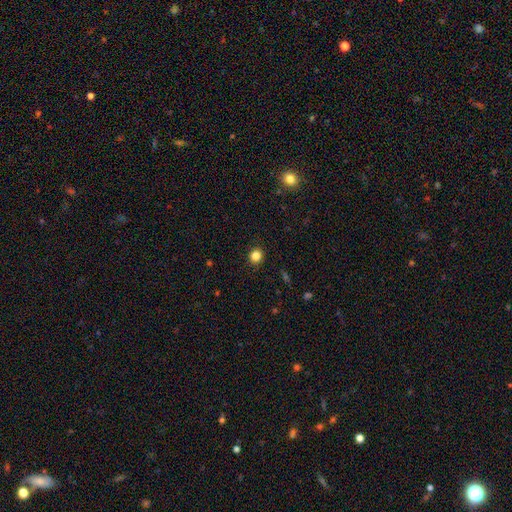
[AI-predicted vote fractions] Smooth or featured?
  - smooth: 83% *
  - star or artifact: 12%
  - featured or disk: 4%
How rounded?
  - round: 89% *
  - in between: 10%
  - cigar-shaped: 1%
Merging?
  - none: 91% *
  - minor disturbance: 6%
  - major disturbance: 2%
  - merger: 1%